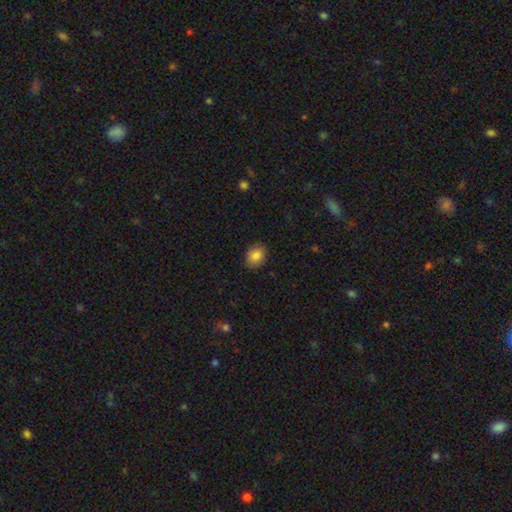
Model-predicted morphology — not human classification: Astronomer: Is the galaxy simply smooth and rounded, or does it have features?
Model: smooth — 83%.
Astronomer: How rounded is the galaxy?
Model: in between — 61% (runner-up: round, 38%).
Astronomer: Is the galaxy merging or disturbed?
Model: none — 86%.